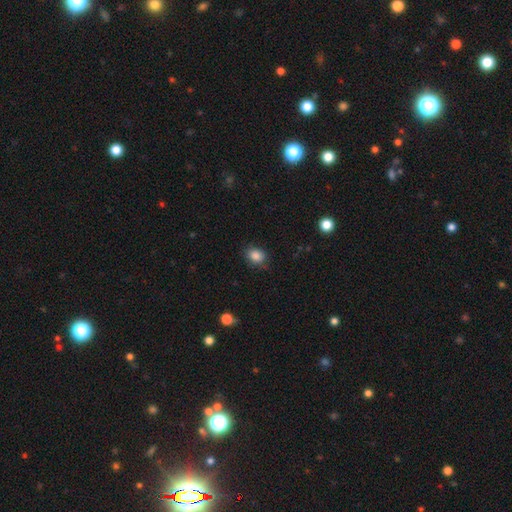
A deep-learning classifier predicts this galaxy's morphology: smooth-or-featured: smooth: 86% | star or artifact: 10% | featured or disk: 4%
  how-rounded: in between: 54% | round: 45% | cigar-shaped: 1%
  merging: none: 79% | minor disturbance: 17% | major disturbance: 4% | merger: 1%